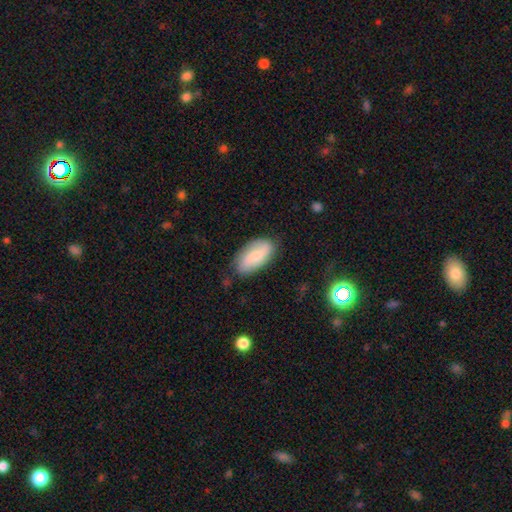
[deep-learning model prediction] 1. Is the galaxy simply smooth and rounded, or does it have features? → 55% smooth, 38% featured or disk, 7% star or artifact.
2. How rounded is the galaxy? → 91% in between, 5% cigar-shaped, 3% round.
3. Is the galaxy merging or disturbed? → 78% none, 17% minor disturbance, 4% major disturbance, 2% merger.